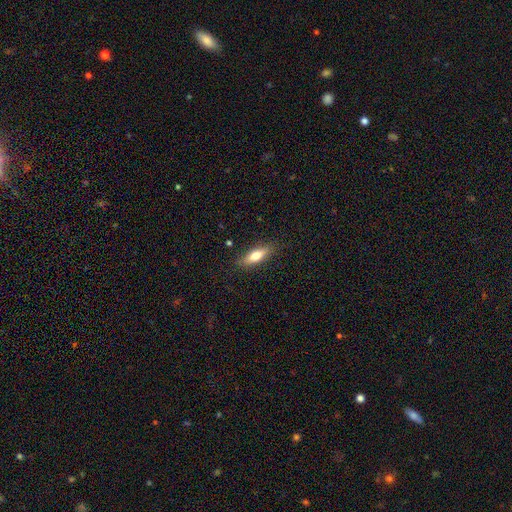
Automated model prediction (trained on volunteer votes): smooth-or-featured: smooth: 68% | featured or disk: 26% | star or artifact: 6%
  how-rounded: in between: 51% | cigar-shaped: 47% | round: 2%
  merging: none: 84% | minor disturbance: 12% | major disturbance: 3% | merger: 1%